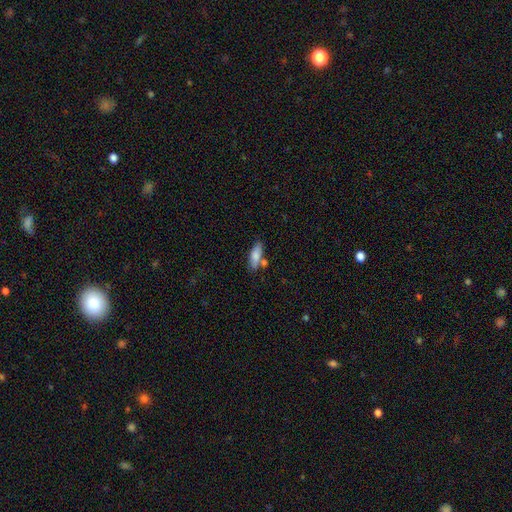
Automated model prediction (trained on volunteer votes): smooth_or_featured: smooth (p=0.80) [alt: featured or disk p=0.13]
how_rounded: in between (p=0.64) [alt: cigar-shaped p=0.34]
merging: none (p=0.65) [alt: merger p=0.16]